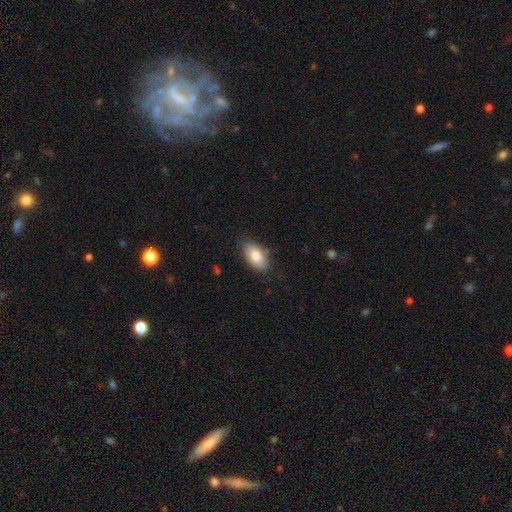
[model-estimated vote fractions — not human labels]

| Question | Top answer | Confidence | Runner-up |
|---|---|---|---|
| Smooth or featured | smooth | 85% | featured or disk (8%) |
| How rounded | in between | 93% | cigar-shaped (4%) |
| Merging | none | 80% | minor disturbance (15%) |